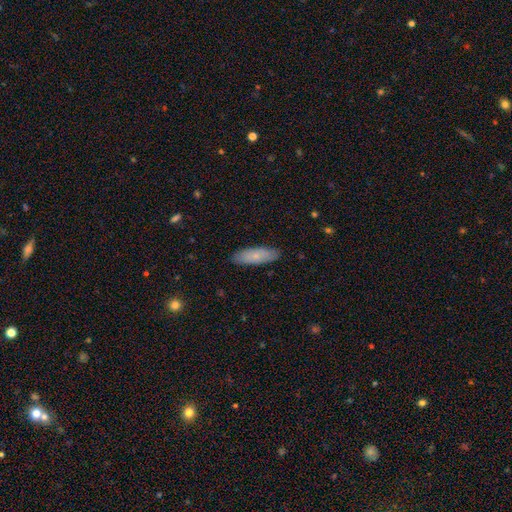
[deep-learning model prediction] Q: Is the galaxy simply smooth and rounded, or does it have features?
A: smooth — 78%.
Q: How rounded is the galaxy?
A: in between — 53%.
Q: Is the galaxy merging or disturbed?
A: none — 87%.